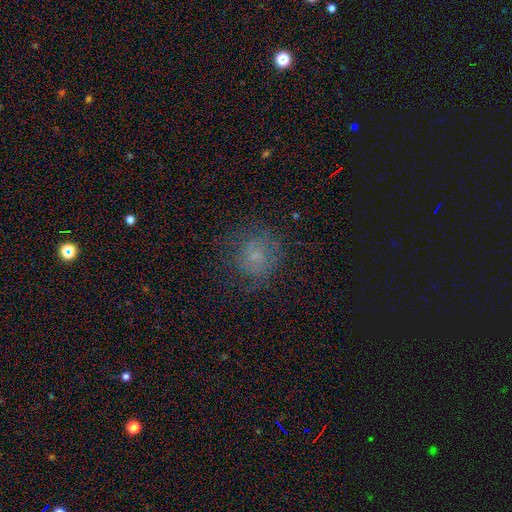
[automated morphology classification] Smooth or featured?
  - smooth: 50% *
  - featured or disk: 31%
  - star or artifact: 19%
How rounded?
  - round: 80% *
  - in between: 19%
  - cigar-shaped: 1%
Merging?
  - none: 66% *
  - minor disturbance: 19%
  - major disturbance: 14%
  - merger: 1%